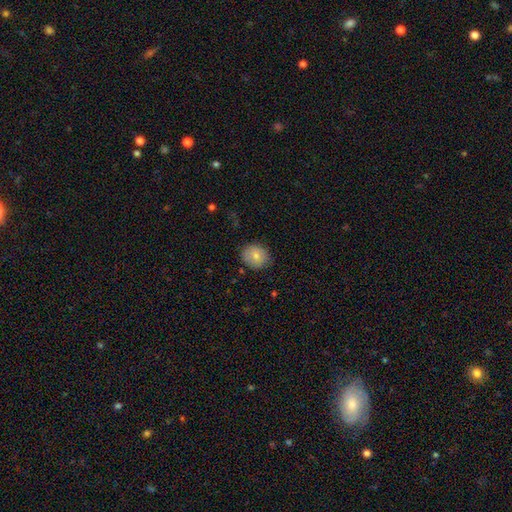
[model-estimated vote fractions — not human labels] This is likely a smooth galaxy (77%). How rounded: likely round (72%). Merging: clearly none (82%).